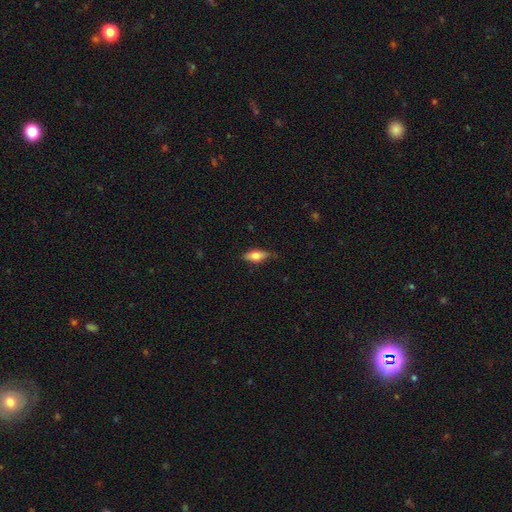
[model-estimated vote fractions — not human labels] Q: Smooth or featured?
A: smooth (68%); runner-up: featured or disk (25%)
Q: How rounded?
A: in between (73%); runner-up: cigar-shaped (23%)
Q: Merging?
A: none (69%); runner-up: minor disturbance (25%)